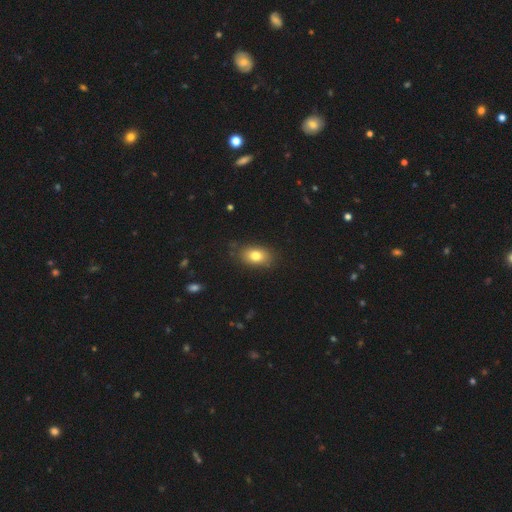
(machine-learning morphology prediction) This is likely a smooth galaxy (79%). How rounded: clearly in between (82%). Merging: likely none (80%).